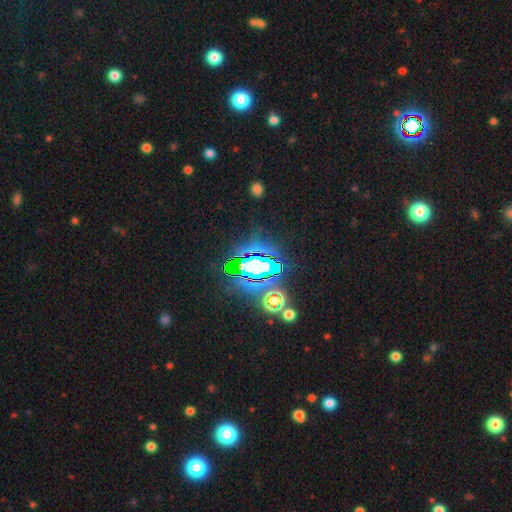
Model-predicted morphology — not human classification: A star or artifact, not a galaxy (83%).

Vote fractions:
- Smooth or featured? star or artifact: 83% / smooth: 10% / featured or disk: 7%